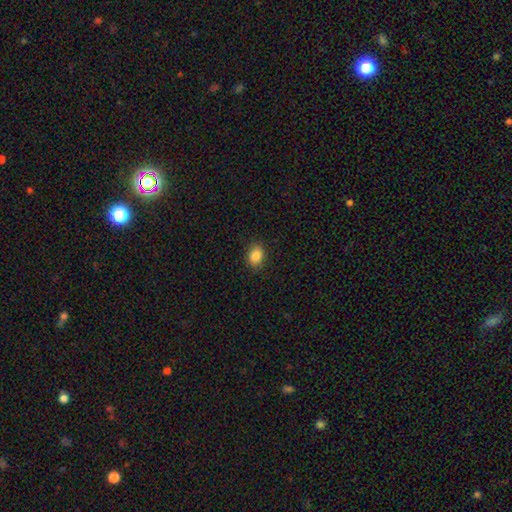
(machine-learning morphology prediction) The model was most divided on "how rounded": in between: 68%, round: 31%, cigar-shaped: 1%. More confident: merging — none (88%); smooth or featured — smooth (86%).